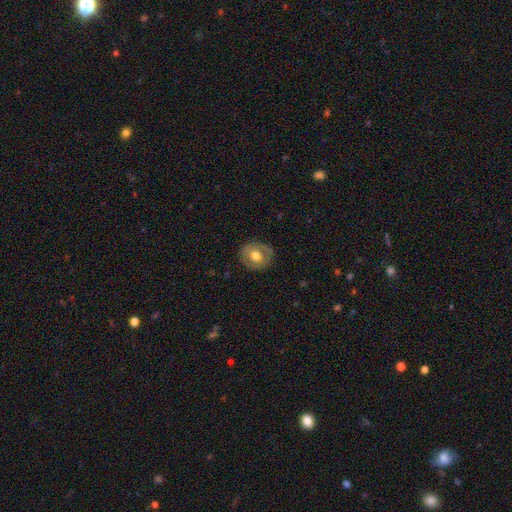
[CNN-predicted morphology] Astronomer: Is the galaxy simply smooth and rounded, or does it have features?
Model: smooth — 56% (runner-up: featured or disk, 37%).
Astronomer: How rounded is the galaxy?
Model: round — 79%.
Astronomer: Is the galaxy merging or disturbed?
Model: none — 83%.